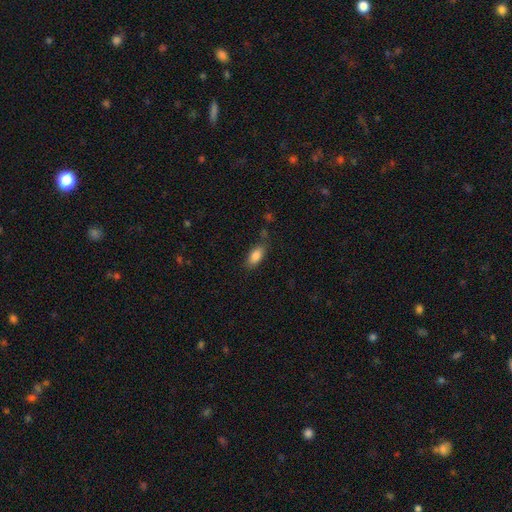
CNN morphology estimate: Overall: smooth (86%). How rounded: in between (88%). Merging: none (74%).